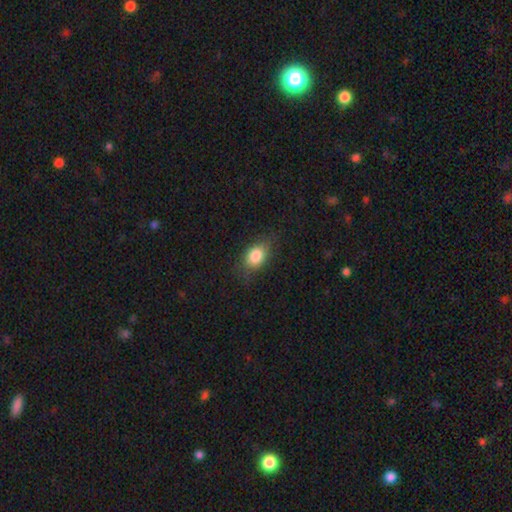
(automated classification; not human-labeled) Overall: smooth (82%). How rounded: in between (76%). Merging: none (73%).